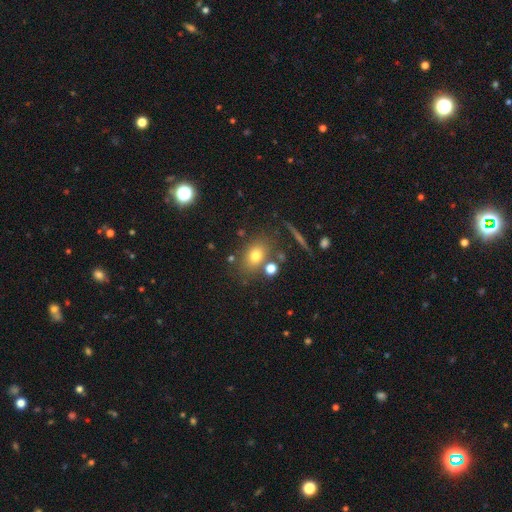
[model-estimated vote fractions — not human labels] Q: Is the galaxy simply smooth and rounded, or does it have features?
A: smooth — 72%.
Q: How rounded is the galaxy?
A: in between — 63%.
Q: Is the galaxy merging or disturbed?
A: none — 71%.